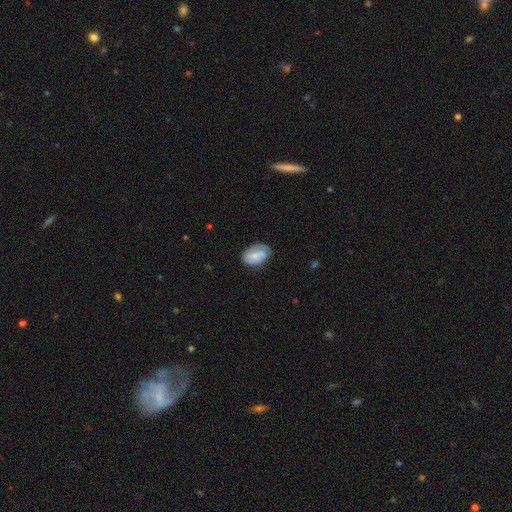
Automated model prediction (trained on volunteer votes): Smooth or featured: featured or disk — 52% (smooth — 42%)
Edge-on disk: no — 96% (yes — 4%)
Merging: none — 68% (minor disturbance — 24%)